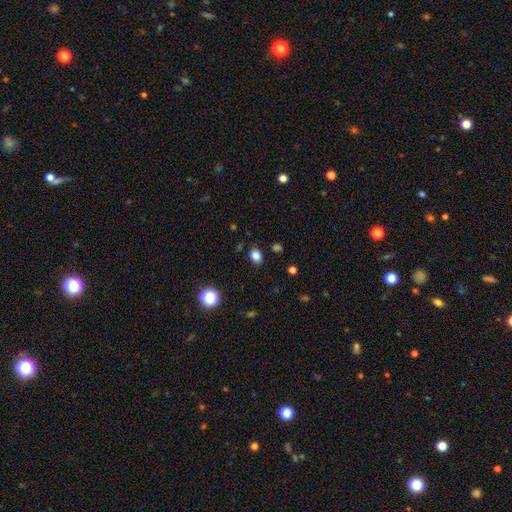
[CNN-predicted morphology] A smooth galaxy with no disk features (82%) that is in between round and cigar-shaped (66%). Merging: none (85%).